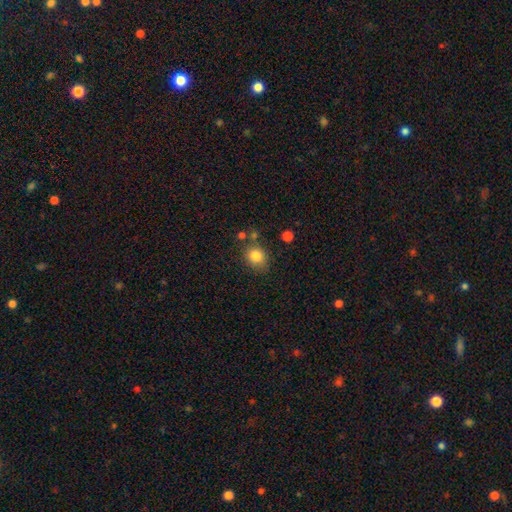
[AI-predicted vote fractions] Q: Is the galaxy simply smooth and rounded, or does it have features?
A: smooth — 83%.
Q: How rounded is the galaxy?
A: round — 72%.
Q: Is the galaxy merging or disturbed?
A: none — 74%.